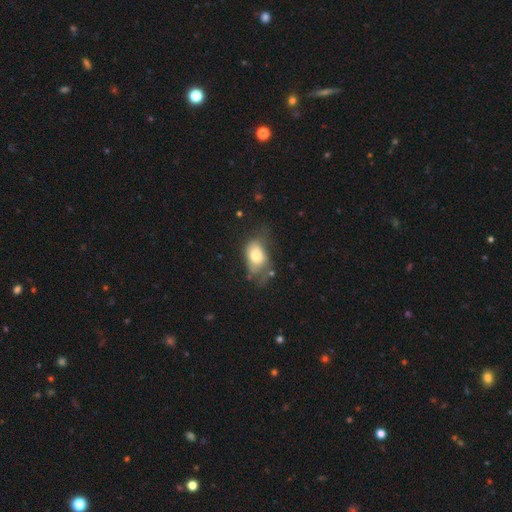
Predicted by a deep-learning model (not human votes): Morphology: type=smooth (70%); roundness=in between (82%); merging=none (33%, tied with minor disturbance).